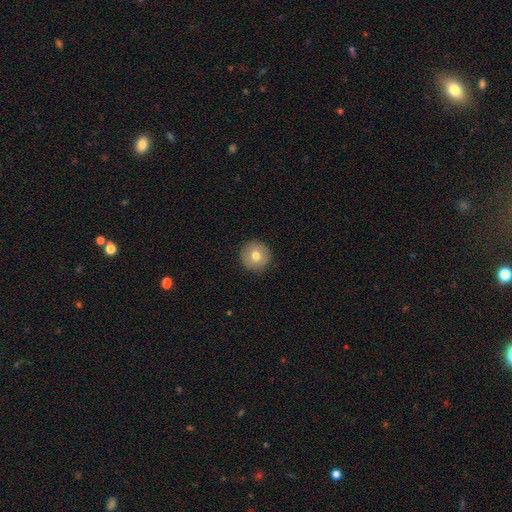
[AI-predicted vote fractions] This appears to be a smooth galaxy with no disk features (75%) that is round (95%). Merging: none (91%).